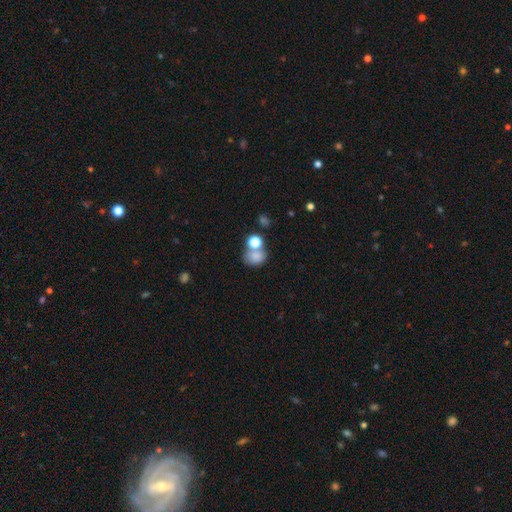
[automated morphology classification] Smooth or featured?
  - smooth: 76% *
  - star or artifact: 14%
  - featured or disk: 10%
How rounded?
  - round: 51% *
  - in between: 48%
  - cigar-shaped: 1%
Merging?
  - none: 44% *
  - merger: 35%
  - minor disturbance: 13%
  - major disturbance: 7%